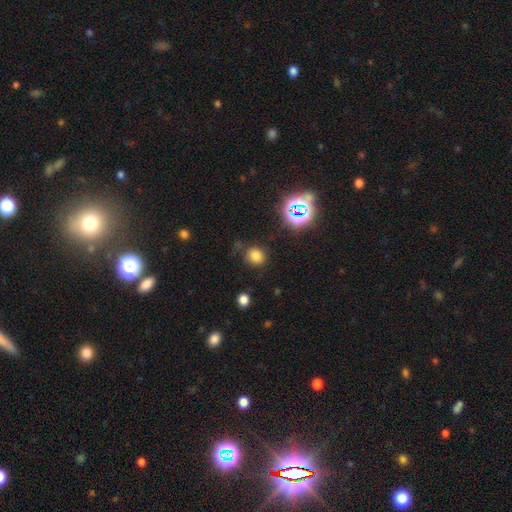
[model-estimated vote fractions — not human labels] The model was most divided on "smooth or featured": smooth: 73%, star or artifact: 20%, featured or disk: 7%. More confident: how rounded — round (80%); merging — none (77%).